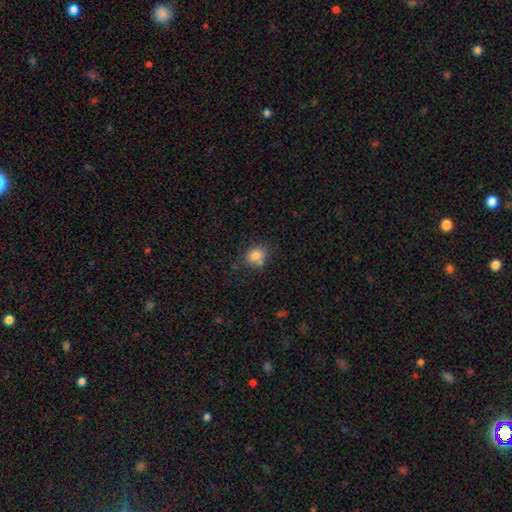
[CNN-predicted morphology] Smooth or featured?
  - smooth: 82% *
  - star or artifact: 10%
  - featured or disk: 8%
How rounded?
  - in between: 53% *
  - round: 46%
  - cigar-shaped: 1%
Merging?
  - none: 63% *
  - minor disturbance: 19%
  - merger: 13%
  - major disturbance: 6%